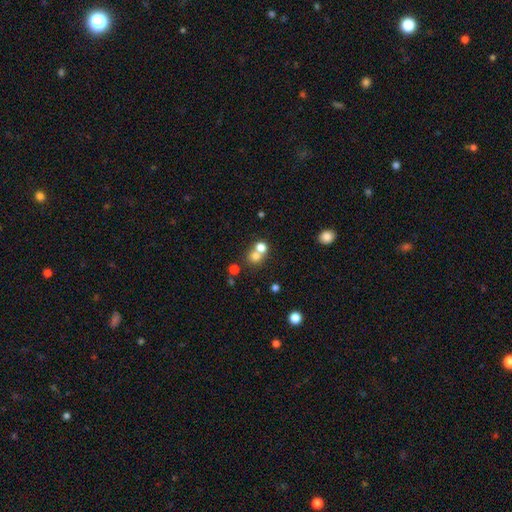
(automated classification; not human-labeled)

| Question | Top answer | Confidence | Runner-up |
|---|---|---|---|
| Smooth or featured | smooth | 72% | star or artifact (16%) |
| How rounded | round | 84% | in between (15%) |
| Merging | merger | 47% | none (44%) |